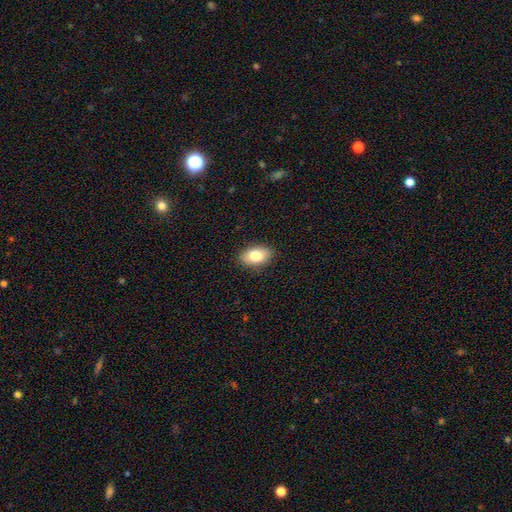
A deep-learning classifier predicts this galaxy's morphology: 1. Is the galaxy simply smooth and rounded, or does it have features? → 81% smooth, 12% featured or disk, 7% star or artifact.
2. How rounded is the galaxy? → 91% in between, 7% round, 2% cigar-shaped.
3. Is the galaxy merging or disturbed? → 88% none, 9% minor disturbance, 2% major disturbance, 1% merger.